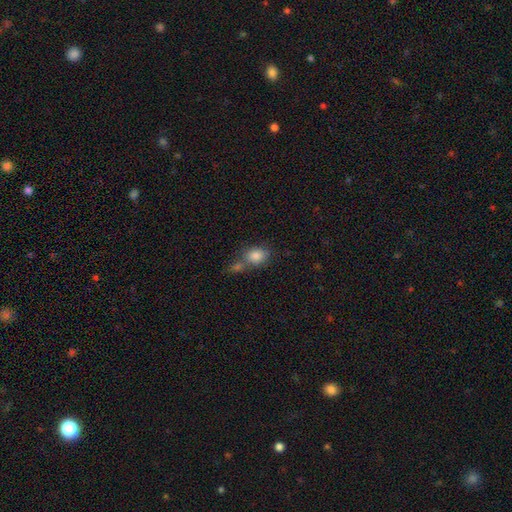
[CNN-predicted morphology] The model was most divided on "merging": none: 42%, merger: 40%, minor disturbance: 12%, major disturbance: 5%. More confident: smooth or featured — smooth (82%); how rounded — in between (60%).